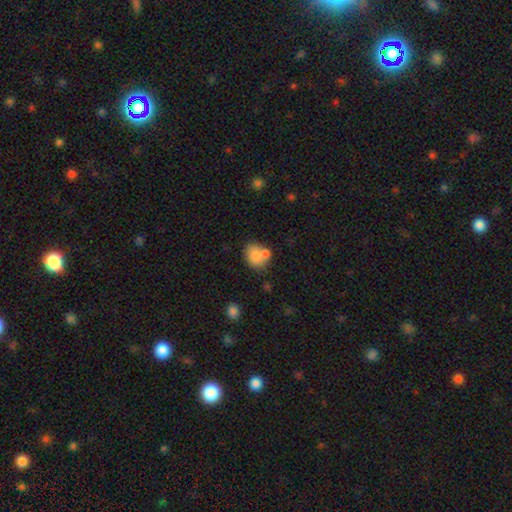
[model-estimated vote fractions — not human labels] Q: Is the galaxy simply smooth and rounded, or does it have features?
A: smooth — 78%.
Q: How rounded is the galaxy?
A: round — 50%.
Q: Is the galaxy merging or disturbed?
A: none — 50%.